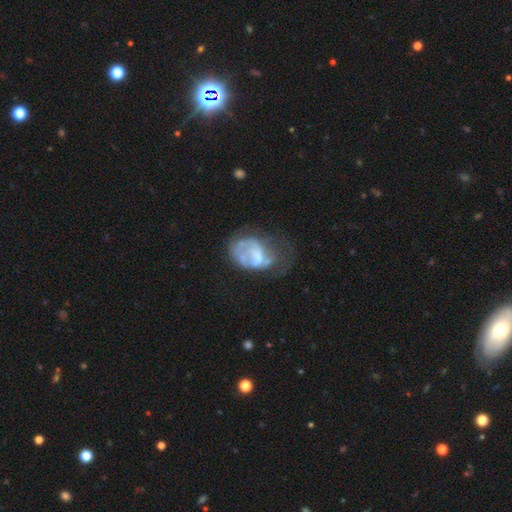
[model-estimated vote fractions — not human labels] Smooth or featured? Predicted: featured or disk (p=0.54). Edge-on disk? Predicted: no (p=0.98). Bar? Predicted: no (p=0.76). Spiral arms? Predicted: no (p=0.73). Bulge size? Predicted: none (p=0.42). Merging? Predicted: major disturbance (p=0.45).